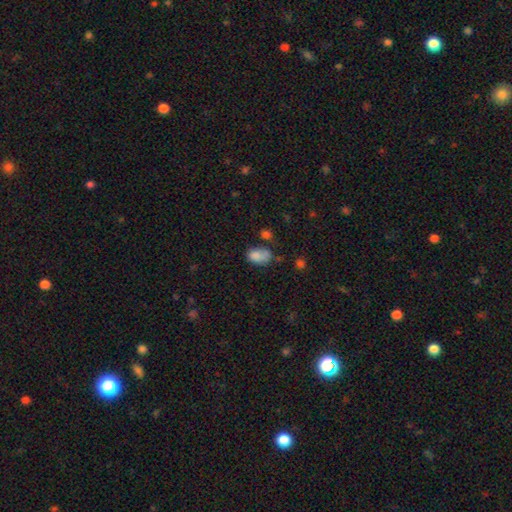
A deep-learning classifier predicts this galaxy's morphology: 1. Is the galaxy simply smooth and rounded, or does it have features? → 81% smooth, 10% star or artifact, 9% featured or disk.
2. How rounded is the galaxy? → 86% in between, 13% round, 1% cigar-shaped.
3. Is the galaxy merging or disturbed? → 42% none, 29% minor disturbance, 15% major disturbance, 14% merger.